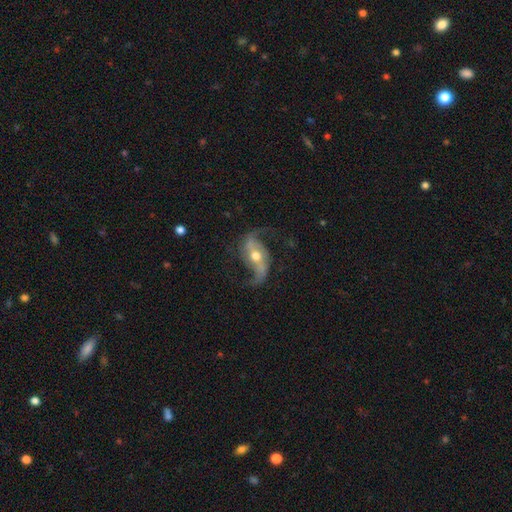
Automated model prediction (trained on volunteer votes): This is clearly a featured or disk galaxy (89%). It is clearly not viewed edge-on (96%). Bar: marginally no (37%). Spiral arm pattern: clearly yes (97%). Spiral arm count: clearly 2 (93%). Spiral winding: likely loose (73%). Central bulge: likely moderate (72%). Merging: likely none (72%).